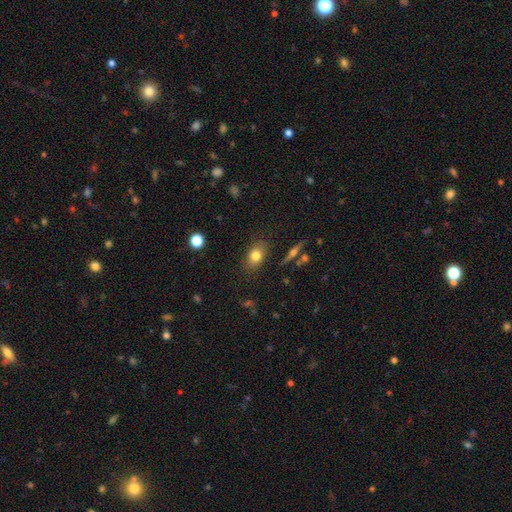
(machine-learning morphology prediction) Overall: smooth (77%). How rounded: in between (72%). Merging: none (82%).